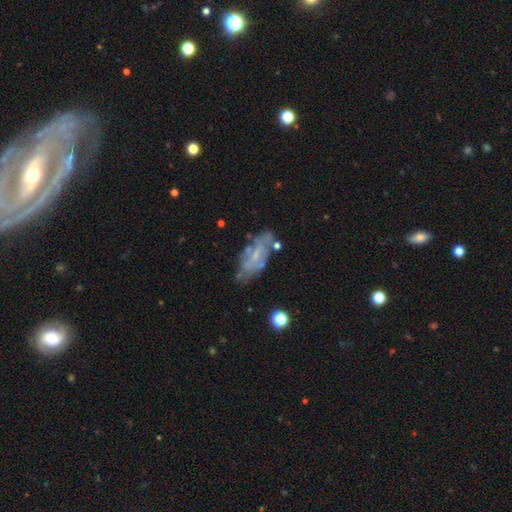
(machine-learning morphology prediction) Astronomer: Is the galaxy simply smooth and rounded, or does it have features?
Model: featured or disk — 66%.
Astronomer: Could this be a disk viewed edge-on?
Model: no — 89%.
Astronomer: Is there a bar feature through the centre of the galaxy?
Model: weak — 45% (runner-up: no, 43%).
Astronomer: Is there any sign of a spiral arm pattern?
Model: yes — 64%.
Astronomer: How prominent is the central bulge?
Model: small — 61%.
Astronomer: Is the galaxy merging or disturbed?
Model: none — 60%.